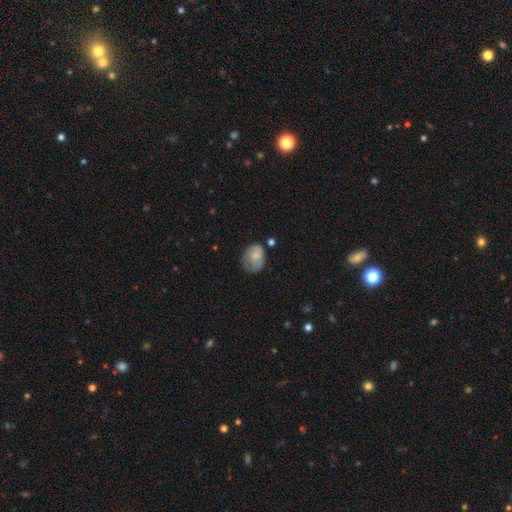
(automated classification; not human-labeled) Smooth or featured? Predicted: smooth (p=0.72). How rounded? Predicted: in between (p=0.62). Merging? Predicted: none (p=0.46).